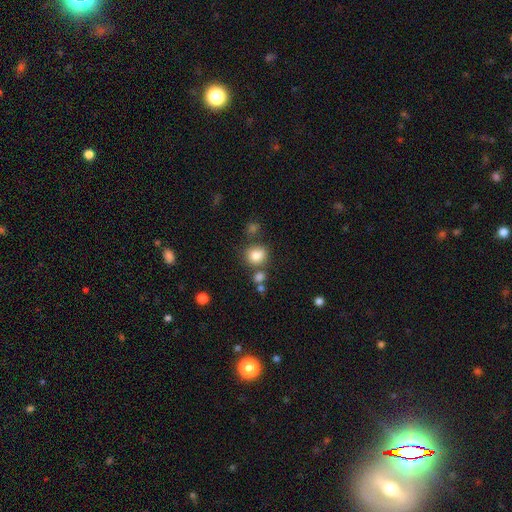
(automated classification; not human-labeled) Smooth or featured? smooth (81%)
How rounded? round (75%)
Merging? none (66%)